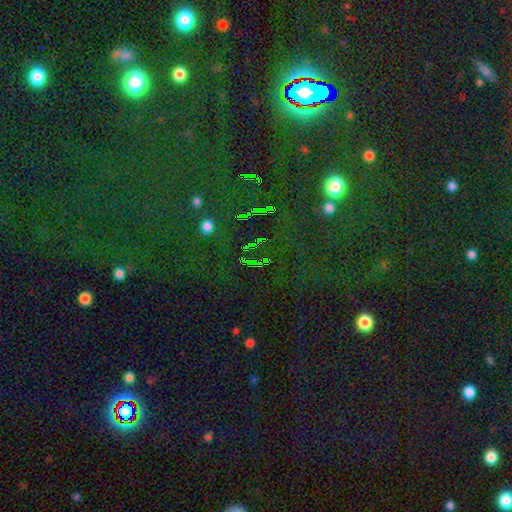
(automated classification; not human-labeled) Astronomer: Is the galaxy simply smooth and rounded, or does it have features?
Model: star or artifact — 82%.